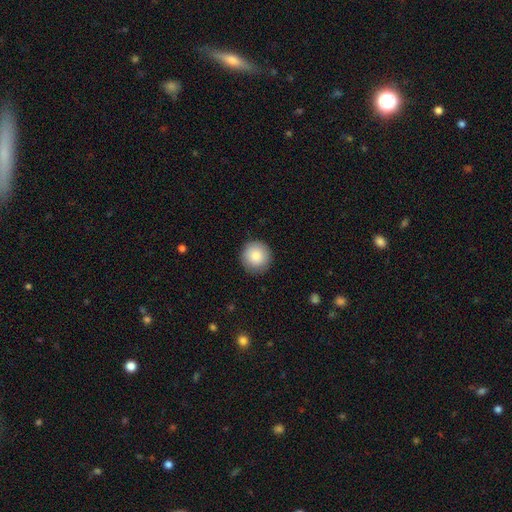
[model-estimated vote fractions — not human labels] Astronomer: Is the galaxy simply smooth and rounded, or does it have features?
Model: smooth — 85%.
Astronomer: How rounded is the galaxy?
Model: round — 95%.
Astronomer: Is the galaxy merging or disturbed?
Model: none — 90%.